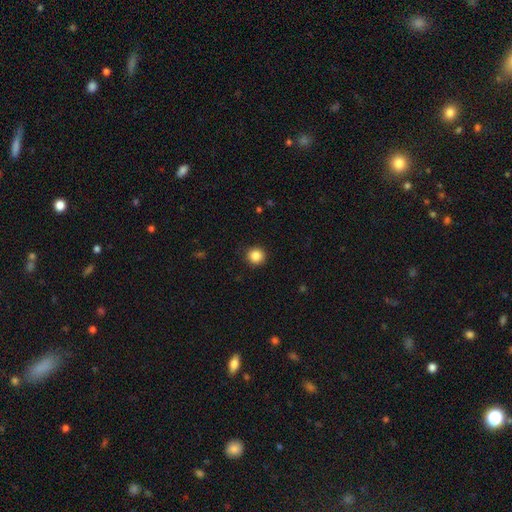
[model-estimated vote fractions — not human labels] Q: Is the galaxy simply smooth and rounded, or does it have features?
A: smooth — 86%.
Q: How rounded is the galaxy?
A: round — 94%.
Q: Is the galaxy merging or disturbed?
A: none — 91%.